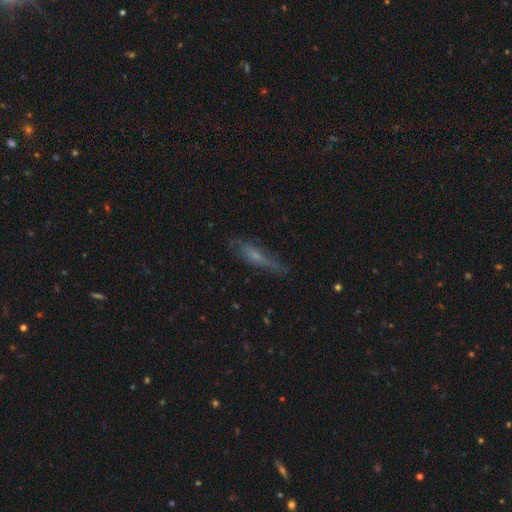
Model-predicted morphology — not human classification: A featured or disk galaxy (46%).

Vote fractions:
- Smooth or featured? featured or disk: 46% / smooth: 43% / star or artifact: 11%
- Merging? none: 68% / minor disturbance: 23% / major disturbance: 8% / merger: 2%